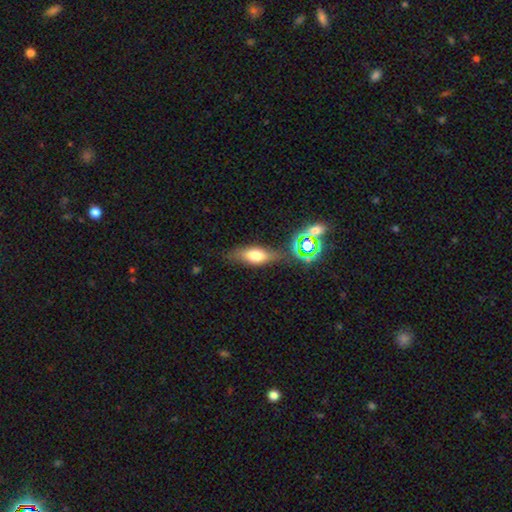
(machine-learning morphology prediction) type=smooth (61%); roundness=in between (66%); merging=none (69%).